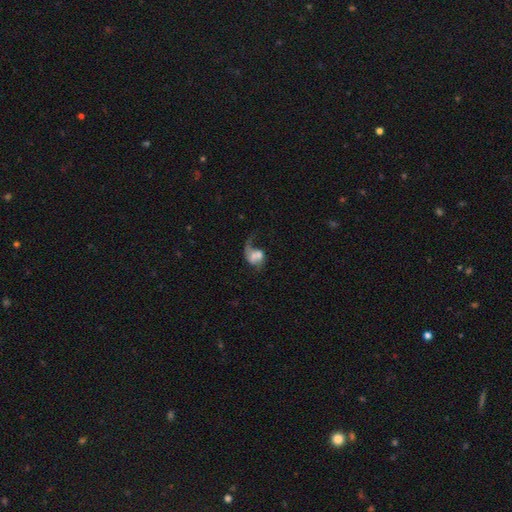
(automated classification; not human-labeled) smooth_or_featured: featured or disk (p=0.49) [alt: smooth p=0.41]
merging: merger (p=0.39) [alt: major disturbance p=0.33]